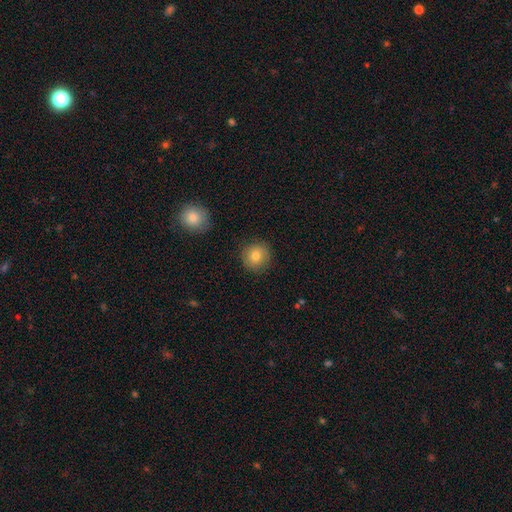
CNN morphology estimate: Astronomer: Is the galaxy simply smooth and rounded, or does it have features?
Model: smooth — 80%.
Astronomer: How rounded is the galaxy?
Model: round — 91%.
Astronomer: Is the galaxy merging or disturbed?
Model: none — 88%.